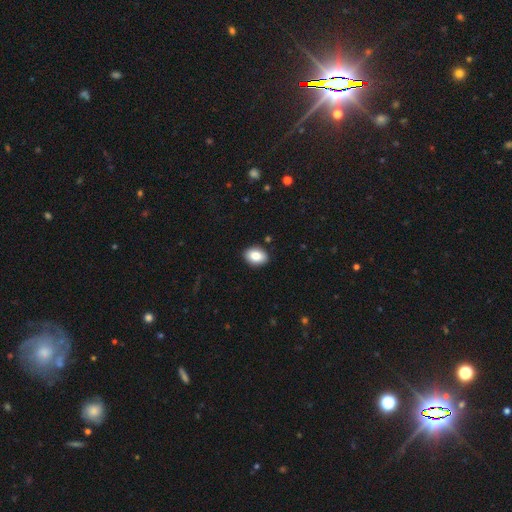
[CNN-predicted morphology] Smooth or featured: smooth — 85% (star or artifact — 8%)
How rounded: in between — 81% (round — 18%)
Merging: none — 90% (minor disturbance — 7%)